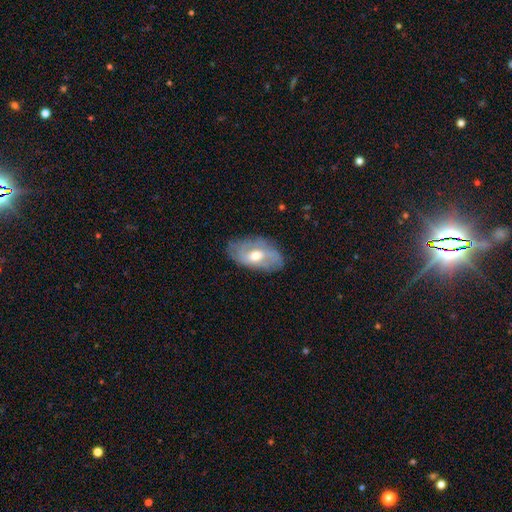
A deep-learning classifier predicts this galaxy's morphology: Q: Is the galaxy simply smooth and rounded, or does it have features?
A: featured or disk — 62%.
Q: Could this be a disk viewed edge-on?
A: no — 91%.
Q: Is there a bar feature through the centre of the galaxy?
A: no — 49%.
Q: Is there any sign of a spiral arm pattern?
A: yes — 69%.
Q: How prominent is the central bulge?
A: moderate — 74%.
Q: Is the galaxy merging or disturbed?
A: none — 72%.